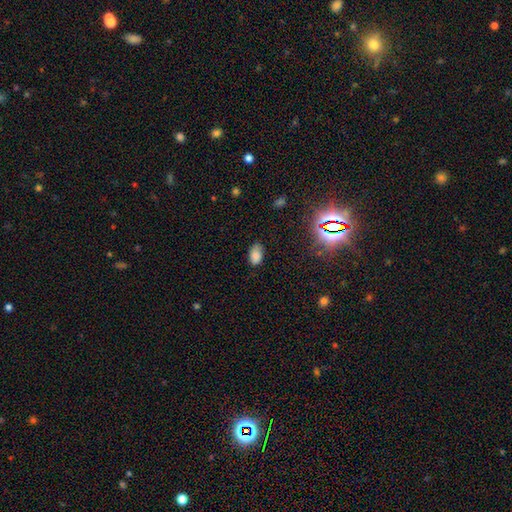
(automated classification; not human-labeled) smooth 83%, star or artifact 12%, featured or disk 5%. Down the decision tree: how rounded — in between (92%); merging — none (73%).